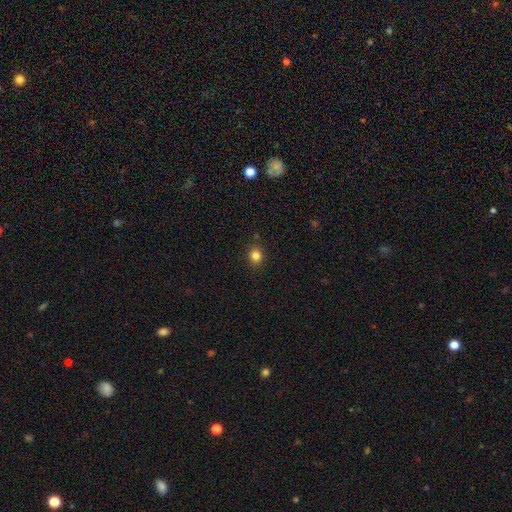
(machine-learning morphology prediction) smooth_or_featured: smooth (p=0.82) [alt: star or artifact p=0.13]
how_rounded: round (p=0.78) [alt: in between p=0.21]
merging: none (p=0.87) [alt: minor disturbance p=0.09]